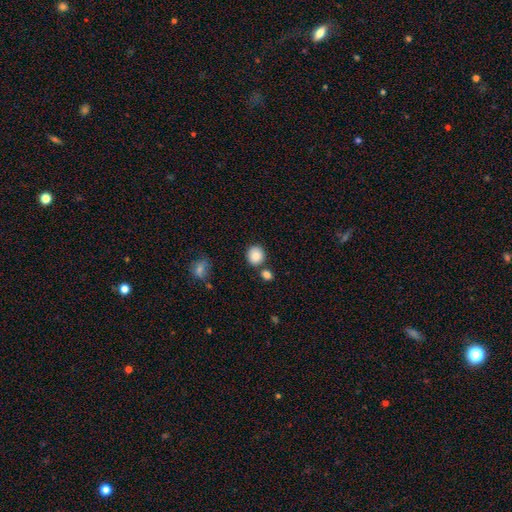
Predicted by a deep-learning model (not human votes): smooth-or-featured: smooth: 87% | star or artifact: 9% | featured or disk: 5%
  how-rounded: round: 80% | in between: 19% | cigar-shaped: 1%
  merging: none: 76% | merger: 12% | minor disturbance: 10% | major disturbance: 3%